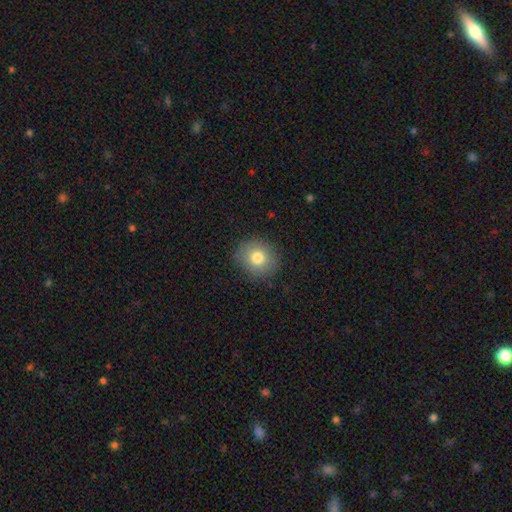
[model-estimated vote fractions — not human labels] Smooth or featured? smooth (68%)
How rounded? round (85%)
Merging? none (90%)